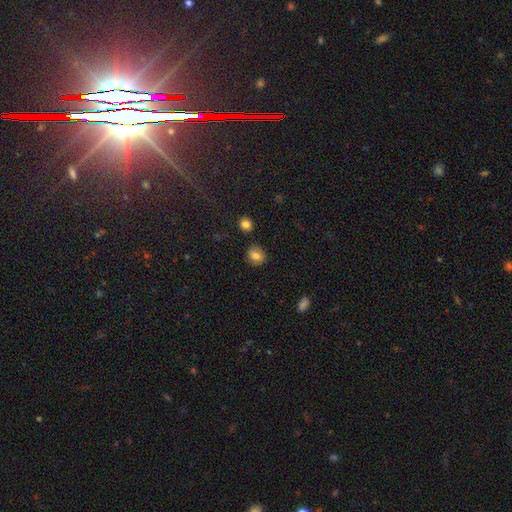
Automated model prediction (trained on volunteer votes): smooth-or-featured: smooth: 80% | star or artifact: 10% | featured or disk: 9%
  how-rounded: round: 73% | in between: 26% | cigar-shaped: 1%
  merging: none: 84% | minor disturbance: 10% | merger: 3% | major disturbance: 2%